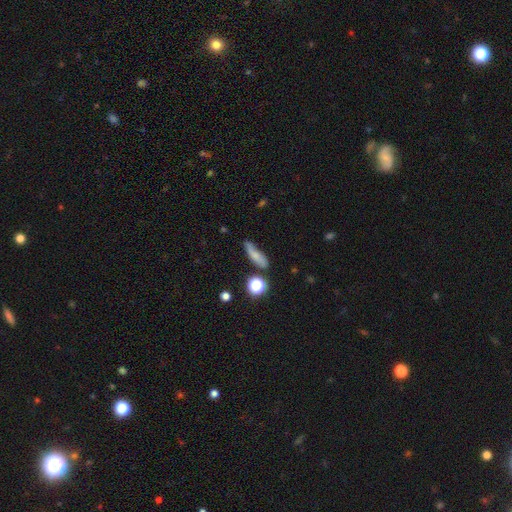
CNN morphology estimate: This is likely a smooth galaxy (69%). How rounded: possibly cigar-shaped (55%). Merging: likely none (62%).